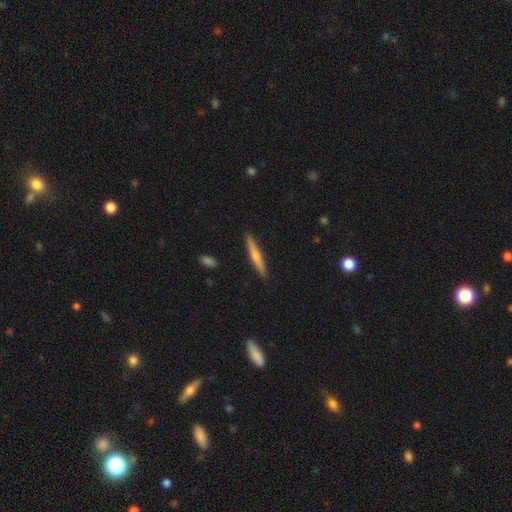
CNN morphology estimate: Smooth or featured? smooth (60%)
How rounded? cigar-shaped (94%)
Merging? none (90%)